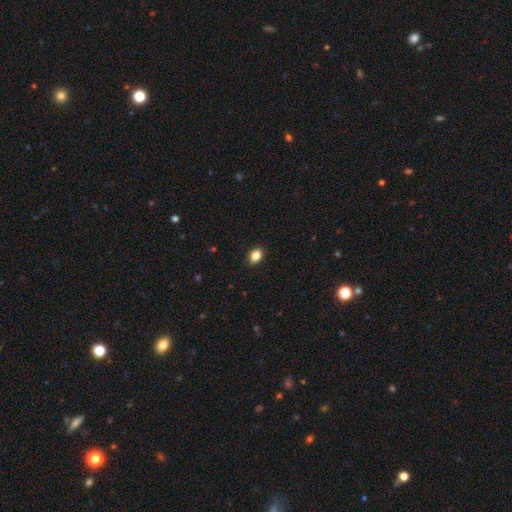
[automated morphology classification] smooth-or-featured: smooth: 86% | star or artifact: 10% | featured or disk: 5%
  how-rounded: in between: 68% | round: 31% | cigar-shaped: 1%
  merging: none: 90% | minor disturbance: 8% | major disturbance: 2% | merger: 1%